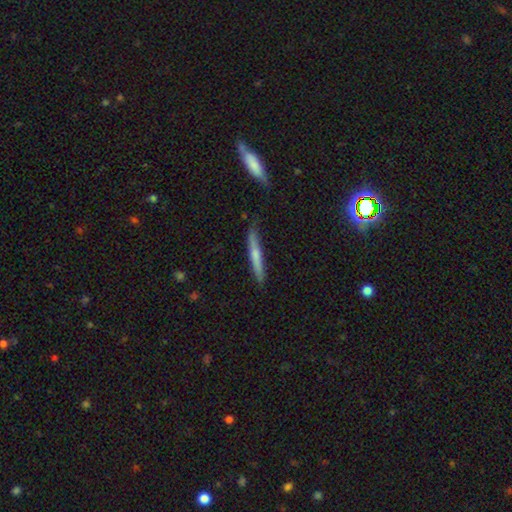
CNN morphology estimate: A smooth galaxy with no disk features (55%) that is cigar-shaped (94%).

Vote fractions:
- Smooth or featured? smooth: 55% / featured or disk: 39% / star or artifact: 6%
- How rounded? cigar-shaped: 94% / in between: 4% / round: 2%
- Merging? none: 82% / minor disturbance: 14% / major disturbance: 2% / merger: 2%